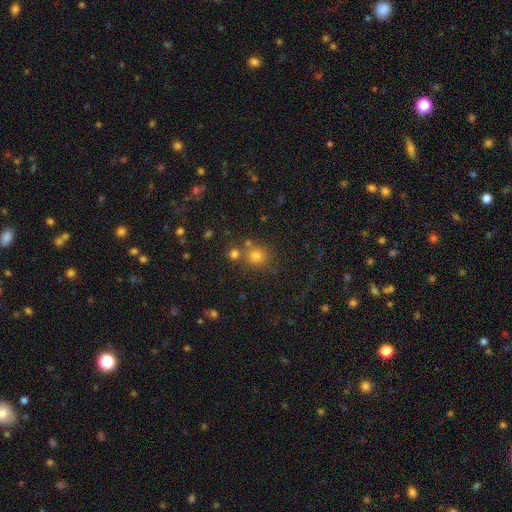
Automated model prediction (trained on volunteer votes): A smooth galaxy with no disk features (71%) that is round (85%). Merging: none (68%).